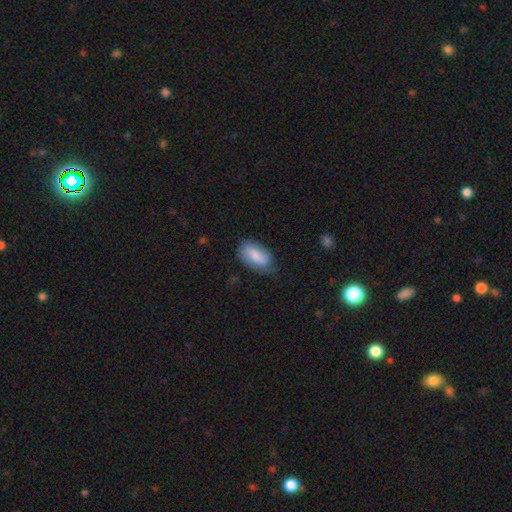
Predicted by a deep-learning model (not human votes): Smooth or featured? Predicted: smooth (p=0.72). How rounded? Predicted: in between (p=0.91). Merging? Predicted: none (p=0.58).